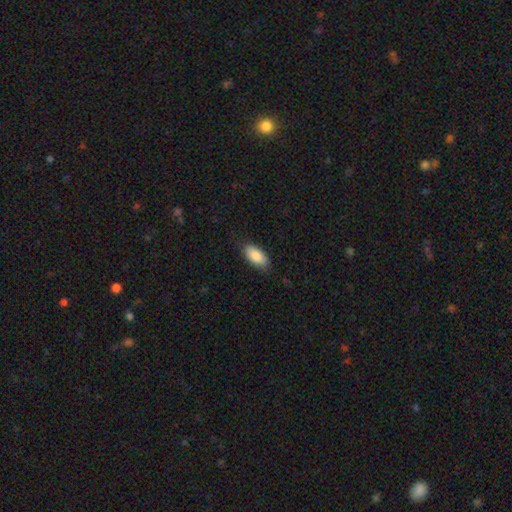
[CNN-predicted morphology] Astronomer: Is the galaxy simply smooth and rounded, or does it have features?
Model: smooth — 88%.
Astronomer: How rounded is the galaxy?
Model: in between — 92%.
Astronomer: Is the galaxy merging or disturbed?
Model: none — 82%.